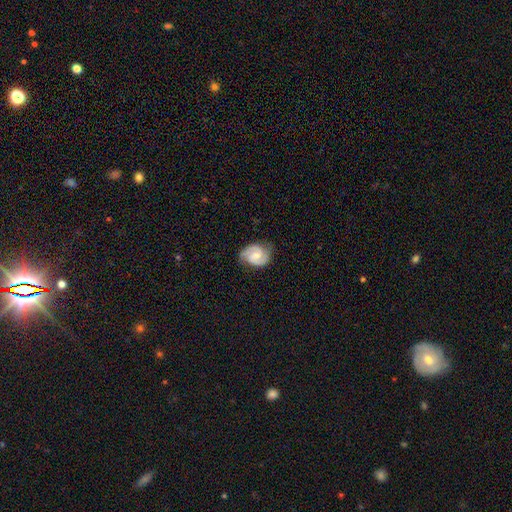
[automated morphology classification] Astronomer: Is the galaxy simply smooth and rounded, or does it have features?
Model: featured or disk — 84%.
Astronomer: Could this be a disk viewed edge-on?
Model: no — 98%.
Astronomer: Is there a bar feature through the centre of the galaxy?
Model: no — 47% (runner-up: weak, 43%).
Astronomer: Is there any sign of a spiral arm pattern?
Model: yes — 97%.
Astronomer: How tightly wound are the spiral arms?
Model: medium — 50% (runner-up: tight, 38%).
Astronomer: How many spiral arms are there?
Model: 2 — 92%.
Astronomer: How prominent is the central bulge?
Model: moderate — 53% (runner-up: small, 39%).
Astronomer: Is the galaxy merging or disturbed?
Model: none — 78%.